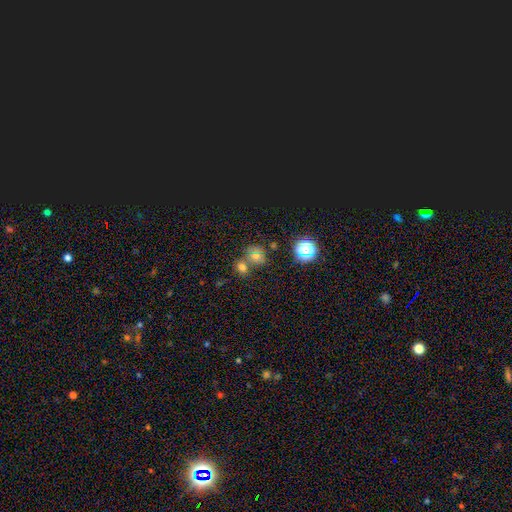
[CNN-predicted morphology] This is possibly a smooth galaxy (53%). How rounded: likely round (74%). Merging: possibly none (54%).